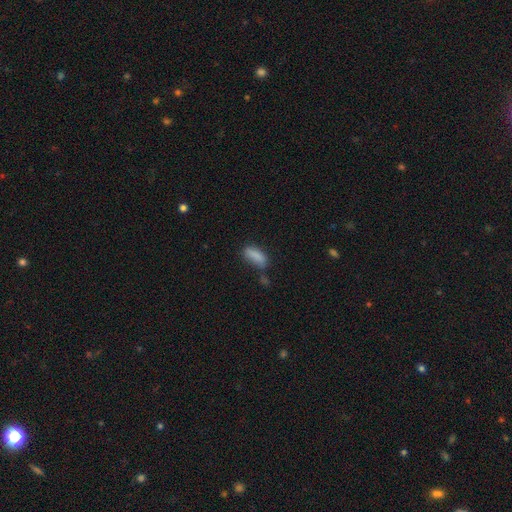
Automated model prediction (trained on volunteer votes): smooth 85%, star or artifact 9%, featured or disk 6%. Down the decision tree: how rounded — in between (74%); merging — none (52%).